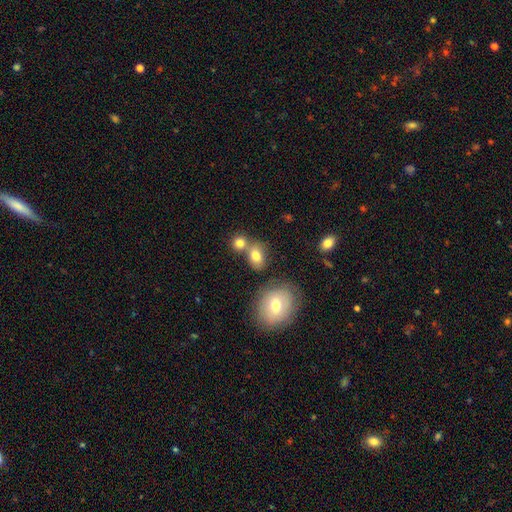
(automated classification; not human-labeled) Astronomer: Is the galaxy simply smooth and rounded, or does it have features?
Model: smooth — 79%.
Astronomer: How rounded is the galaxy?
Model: in between — 56% (runner-up: round, 42%).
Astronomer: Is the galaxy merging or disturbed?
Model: none — 50% (runner-up: merger, 34%).